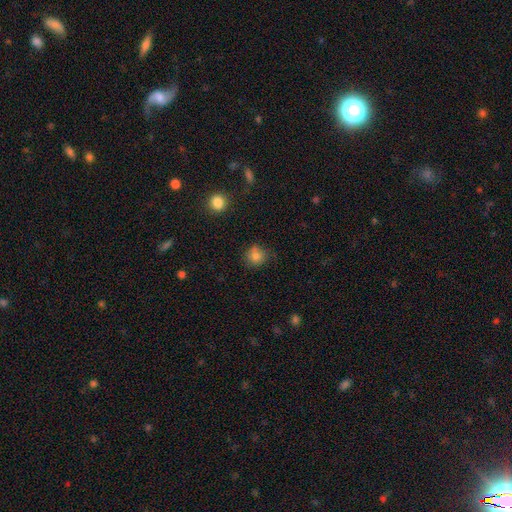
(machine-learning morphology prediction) smooth 81%, star or artifact 12%, featured or disk 7%. Down the decision tree: how rounded — round (84%); merging — none (70%).